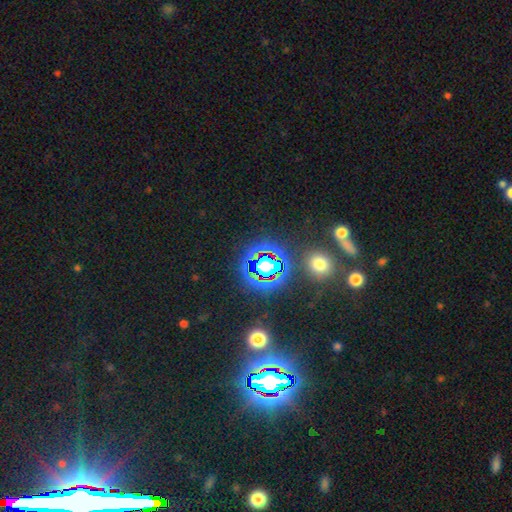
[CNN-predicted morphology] This appears to be a star or artifact, not a galaxy (81%).